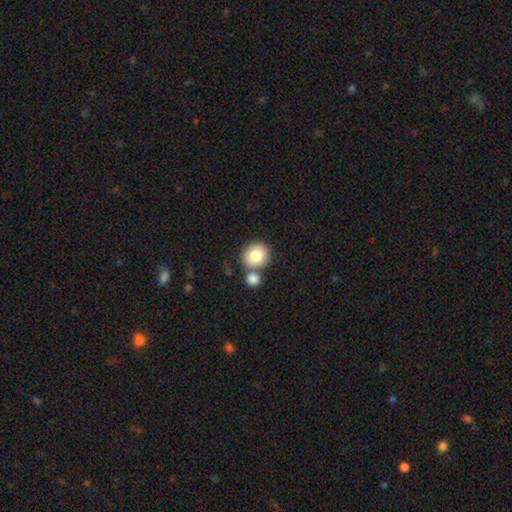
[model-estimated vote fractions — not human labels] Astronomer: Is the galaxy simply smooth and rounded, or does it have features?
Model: smooth — 81%.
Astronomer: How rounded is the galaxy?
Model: round — 83%.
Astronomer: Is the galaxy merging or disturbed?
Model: none — 62%.